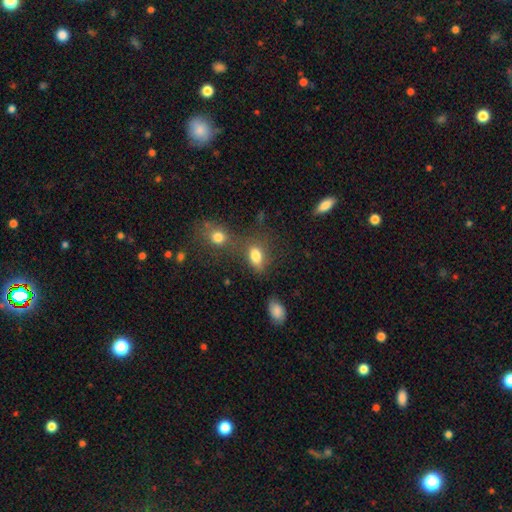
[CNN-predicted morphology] The model was most divided on "merging": none: 49%, merger: 27%, minor disturbance: 16%, major disturbance: 8%. More confident: smooth or featured — smooth (81%); how rounded — in between (80%).